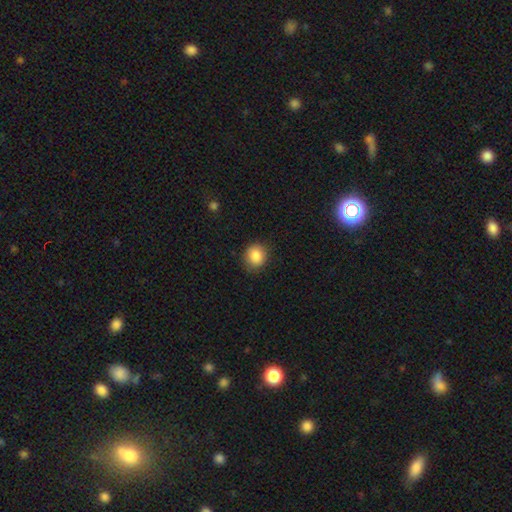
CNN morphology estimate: This is clearly a smooth galaxy (87%). How rounded: likely round (74%). Merging: clearly none (86%).